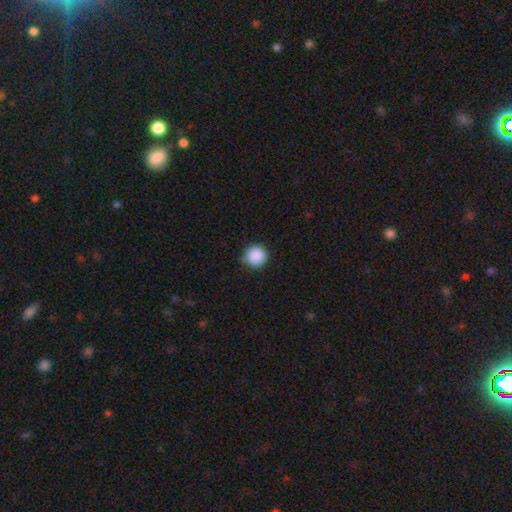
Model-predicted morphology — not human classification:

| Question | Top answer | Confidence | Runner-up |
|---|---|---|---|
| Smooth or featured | smooth | 89% | star or artifact (9%) |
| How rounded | round | 95% | in between (4%) |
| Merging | none | 83% | minor disturbance (13%) |